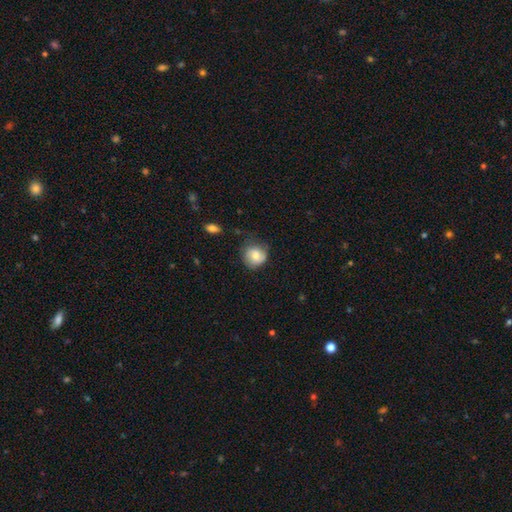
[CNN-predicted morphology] Smooth or featured?
  - smooth: 70% *
  - featured or disk: 22%
  - star or artifact: 8%
How rounded?
  - round: 82% *
  - in between: 17%
  - cigar-shaped: 1%
Merging?
  - none: 59% *
  - minor disturbance: 29%
  - major disturbance: 9%
  - merger: 2%